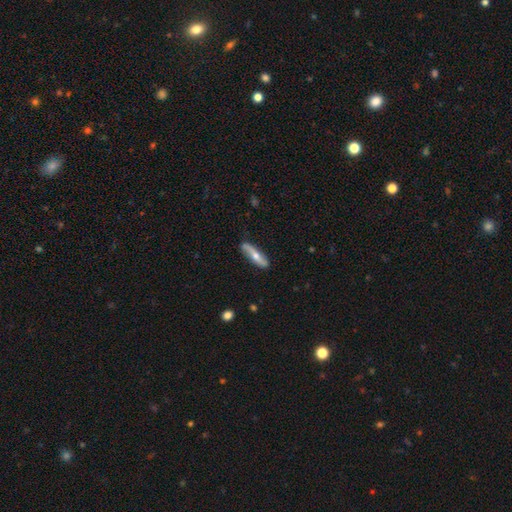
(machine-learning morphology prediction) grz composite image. It shows a featured or disk galaxy (51%) viewed edge-on (58%). Merging: none (83%).